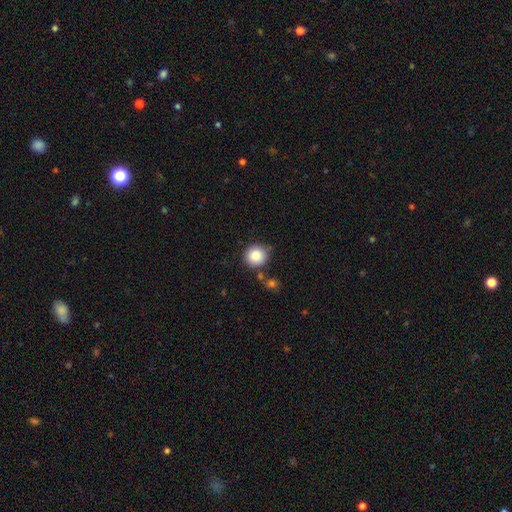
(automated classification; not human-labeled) smooth_or_featured: smooth (p=0.87) [alt: star or artifact p=0.08]
how_rounded: round (p=0.90) [alt: in between p=0.09]
merging: none (p=0.75) [alt: minor disturbance p=0.14]